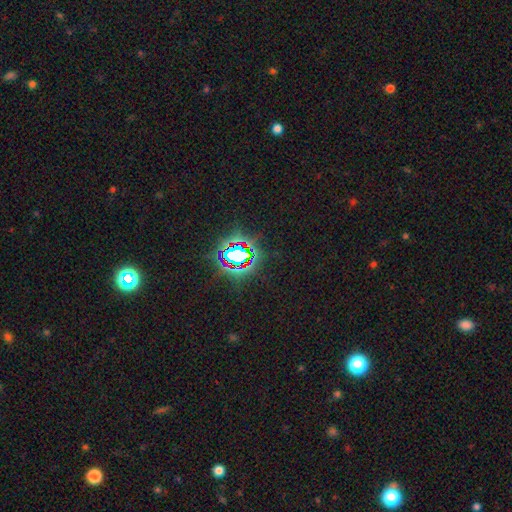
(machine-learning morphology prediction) Smooth or featured? star or artifact (80%)